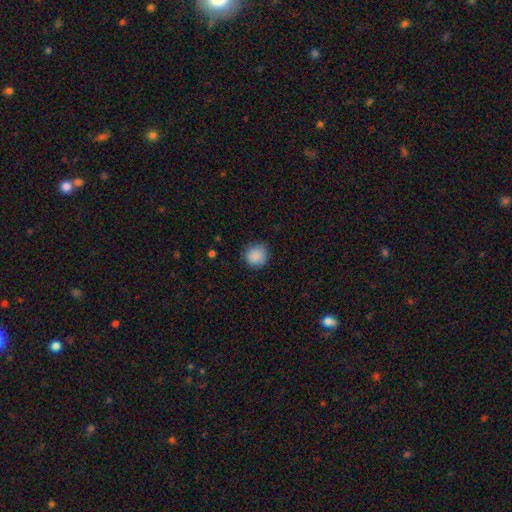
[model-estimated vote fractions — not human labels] Smooth or featured: smooth — 88% (star or artifact — 8%)
How rounded: round — 92% (in between — 7%)
Merging: none — 85% (minor disturbance — 11%)